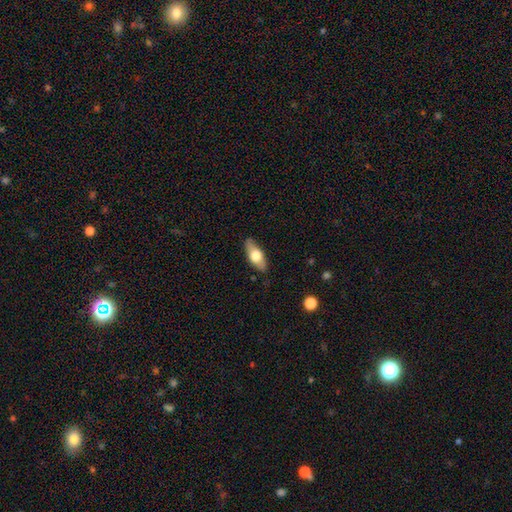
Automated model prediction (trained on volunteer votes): Smooth or featured: smooth — 60% (featured or disk — 34%)
How rounded: in between — 78% (cigar-shaped — 19%)
Merging: none — 85% (minor disturbance — 12%)